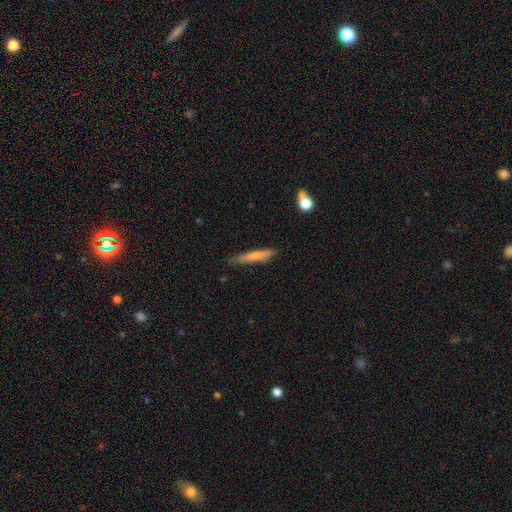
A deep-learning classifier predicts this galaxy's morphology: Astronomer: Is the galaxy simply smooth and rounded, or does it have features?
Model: smooth — 70%.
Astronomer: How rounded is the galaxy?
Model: cigar-shaped — 91%.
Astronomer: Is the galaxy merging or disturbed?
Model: none — 76%.